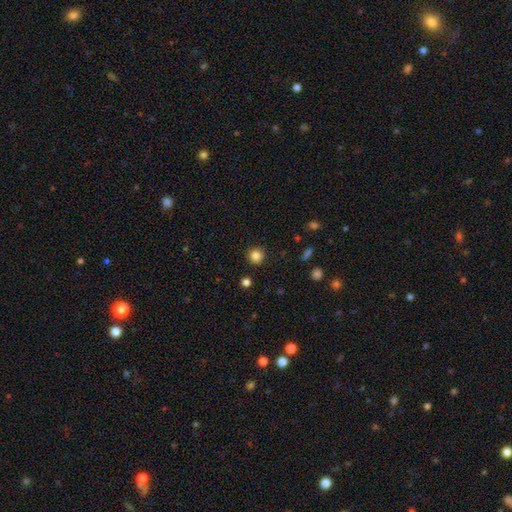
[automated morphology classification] A smooth galaxy with no disk features (84%) that is round (94%).

Vote fractions:
- Smooth or featured? smooth: 84% / star or artifact: 11% / featured or disk: 4%
- How rounded? round: 94% / in between: 5% / cigar-shaped: 1%
- Merging? none: 90% / minor disturbance: 6% / major disturbance: 2% / merger: 1%